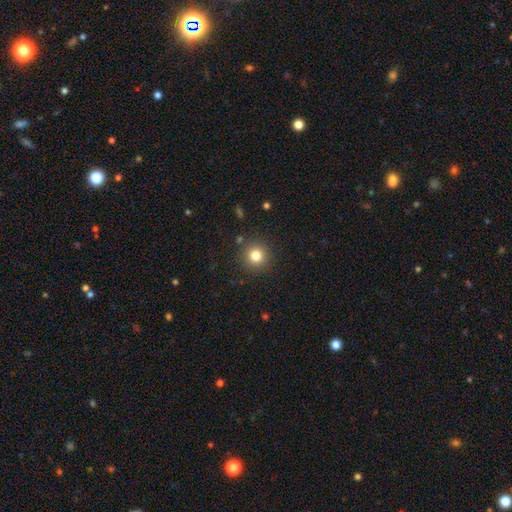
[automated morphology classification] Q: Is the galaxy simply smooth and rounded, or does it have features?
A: smooth — 81%.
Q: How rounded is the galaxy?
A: round — 94%.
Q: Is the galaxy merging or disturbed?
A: none — 89%.